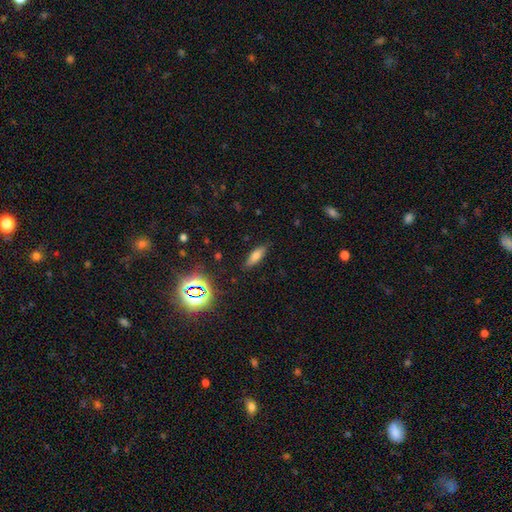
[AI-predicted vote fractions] The model was most divided on "how rounded": in between: 61%, cigar-shaped: 36%, round: 3%. More confident: merging — none (84%); smooth or featured — smooth (70%).